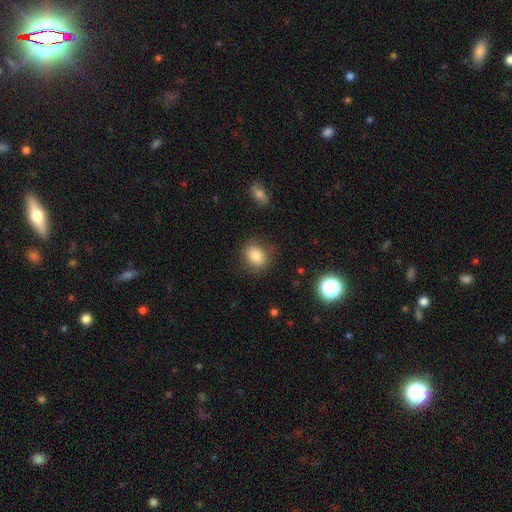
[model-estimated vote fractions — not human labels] Smooth or featured? Predicted: smooth (p=0.82). How rounded? Predicted: round (p=0.53). Merging? Predicted: none (p=0.83).